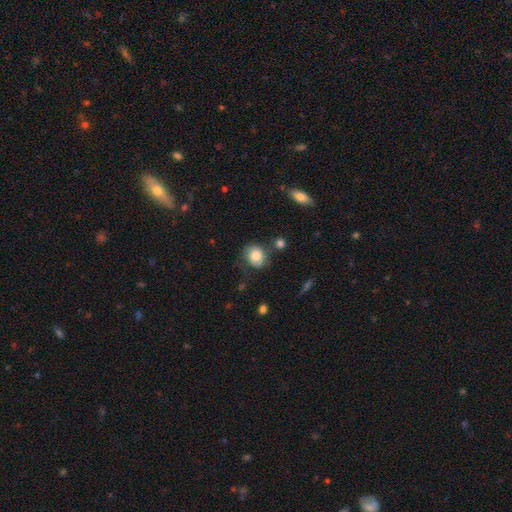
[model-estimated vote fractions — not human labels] The model was most divided on "merging": none: 60%, minor disturbance: 25%, major disturbance: 11%, merger: 5%. More confident: smooth or featured — smooth (72%); how rounded — round (67%).